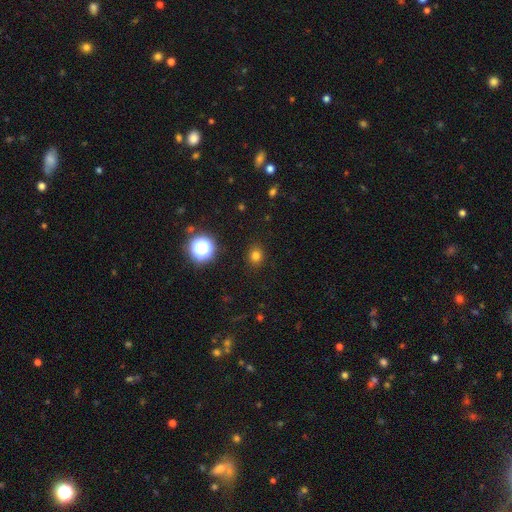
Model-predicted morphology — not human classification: Smooth or featured?
  - smooth: 77% *
  - star or artifact: 18%
  - featured or disk: 5%
How rounded?
  - round: 79% *
  - in between: 20%
  - cigar-shaped: 1%
Merging?
  - none: 89% *
  - minor disturbance: 7%
  - major disturbance: 2%
  - merger: 1%